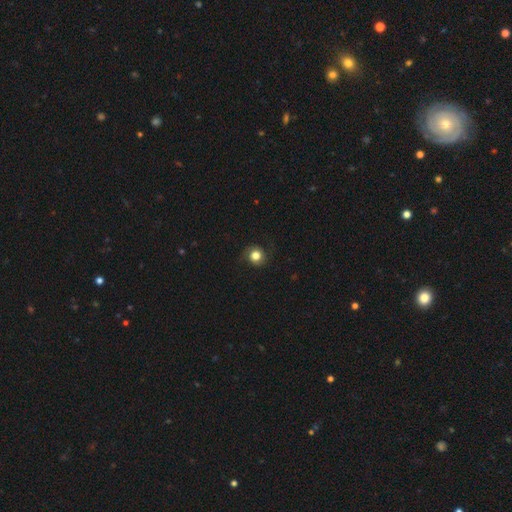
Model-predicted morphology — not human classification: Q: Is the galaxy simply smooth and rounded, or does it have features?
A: smooth — 79%.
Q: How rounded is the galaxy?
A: round — 87%.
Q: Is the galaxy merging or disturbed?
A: none — 82%.